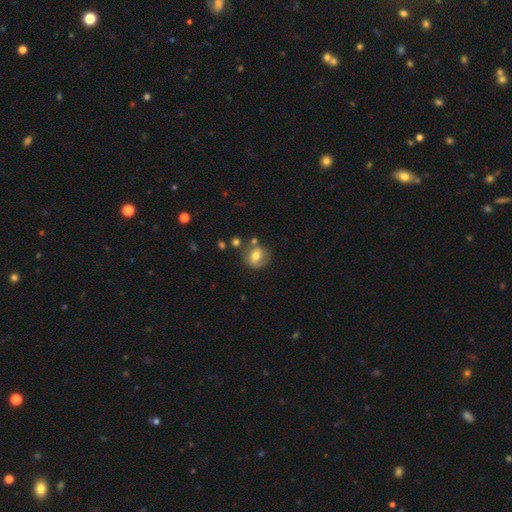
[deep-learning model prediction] smooth_or_featured: featured or disk (p=0.46) [alt: smooth p=0.45]
merging: none (p=0.63) [alt: minor disturbance p=0.20]